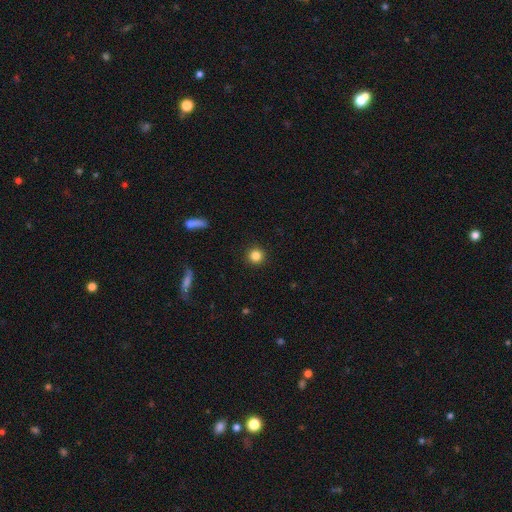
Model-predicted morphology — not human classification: Q: Smooth or featured?
A: smooth (84%); runner-up: star or artifact (11%)
Q: How rounded?
A: round (95%); runner-up: in between (4%)
Q: Merging?
A: none (92%); runner-up: minor disturbance (5%)